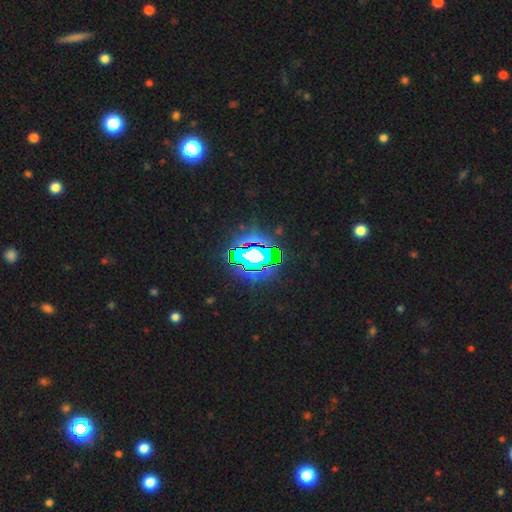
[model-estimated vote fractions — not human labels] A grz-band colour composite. It shows a star or artifact, not a galaxy (70%).